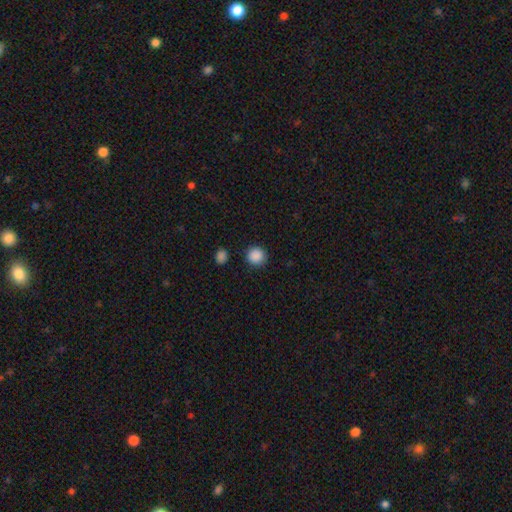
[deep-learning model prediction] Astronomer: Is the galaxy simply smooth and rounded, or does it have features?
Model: smooth — 88%.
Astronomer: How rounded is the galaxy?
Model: round — 93%.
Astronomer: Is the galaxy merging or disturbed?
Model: none — 89%.